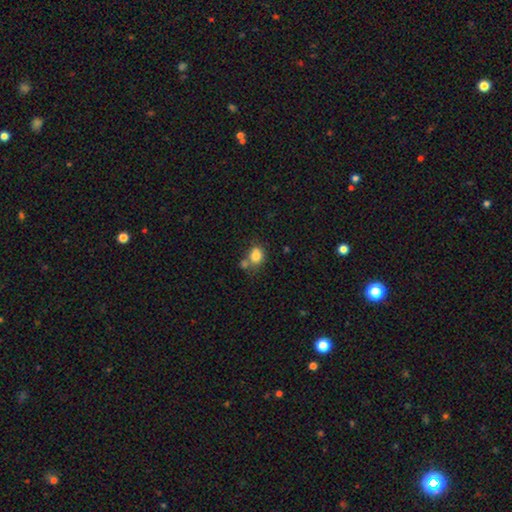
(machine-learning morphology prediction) This is clearly a smooth galaxy (82%). How rounded: possibly round (52%). Merging: possibly none (48%).